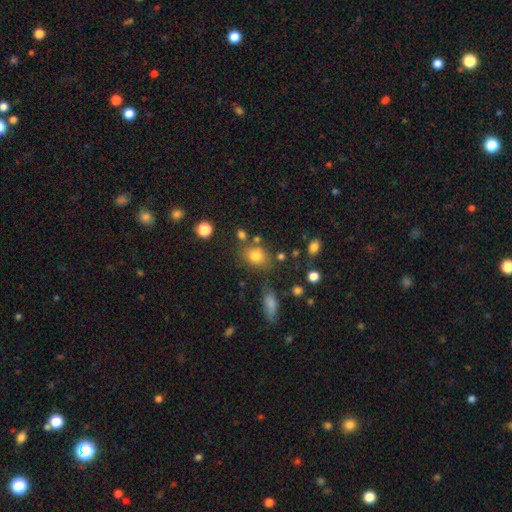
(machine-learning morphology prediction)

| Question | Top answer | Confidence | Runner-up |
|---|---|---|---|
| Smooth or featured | smooth | 78% | star or artifact (12%) |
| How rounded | in between | 56% | round (43%) |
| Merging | none | 67% | minor disturbance (16%) |